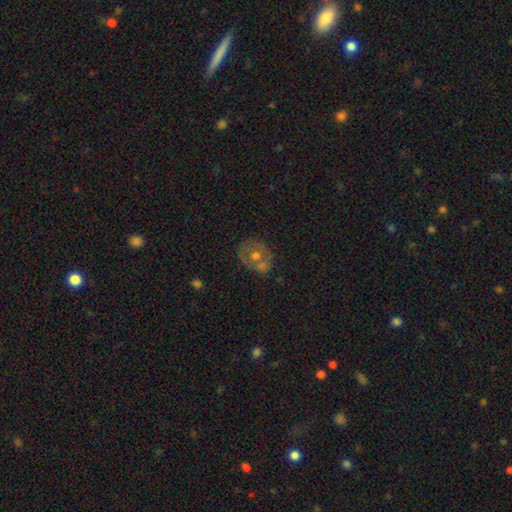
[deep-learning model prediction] featured or disk 46%, smooth 44%, star or artifact 11%. Down the decision tree: merging — none (56%).